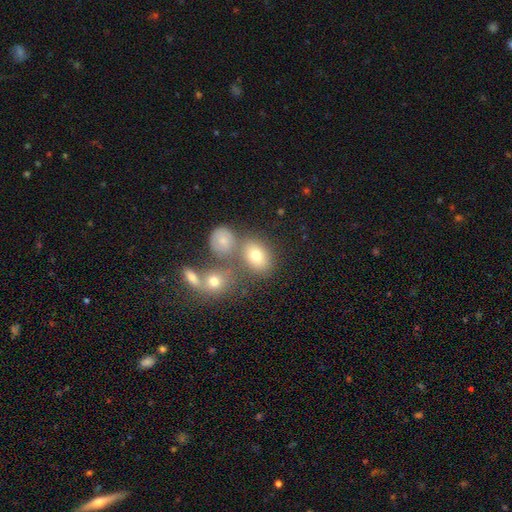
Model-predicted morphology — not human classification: This is likely a smooth galaxy (72%). How rounded: possibly in between (59%). Merging: possibly none (58%).